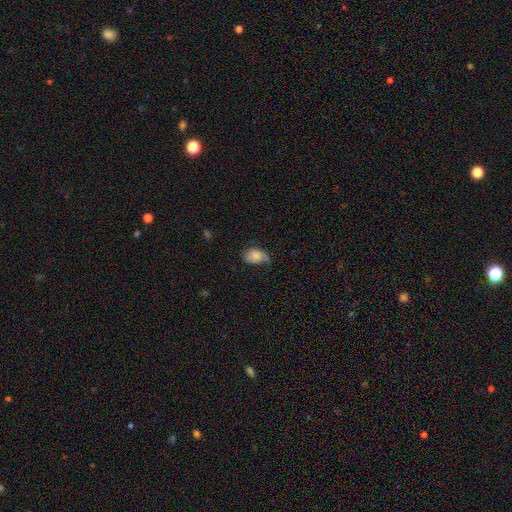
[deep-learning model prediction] The model was most divided on "merging": none: 53%, minor disturbance: 36%, major disturbance: 9%, merger: 2%. More confident: how rounded — in between (85%); smooth or featured — smooth (80%).